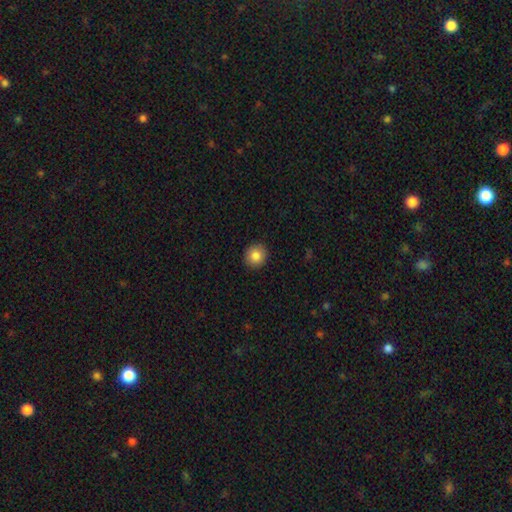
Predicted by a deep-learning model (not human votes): smooth-or-featured: smooth: 84% | star or artifact: 9% | featured or disk: 7%
  how-rounded: round: 89% | in between: 10% | cigar-shaped: 1%
  merging: none: 92% | minor disturbance: 6% | major disturbance: 2% | merger: 1%